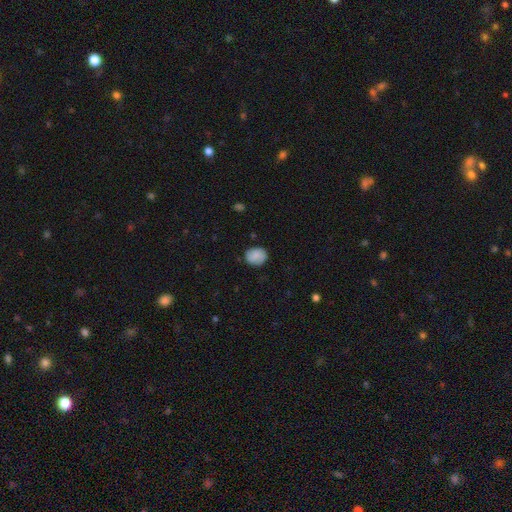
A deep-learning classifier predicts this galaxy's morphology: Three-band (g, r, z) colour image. It shows a smooth galaxy with no disk features (82%) that is round (59%). Merging: none (79%).